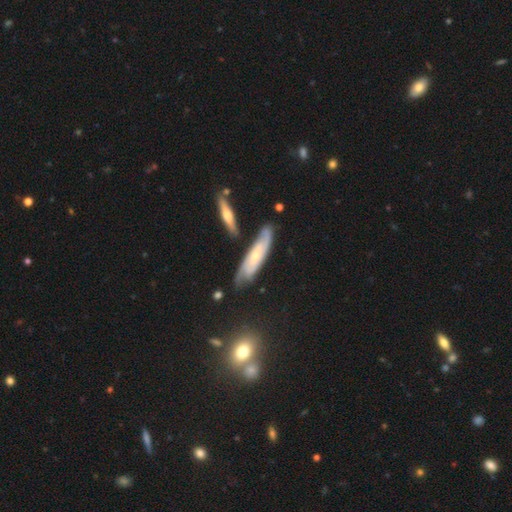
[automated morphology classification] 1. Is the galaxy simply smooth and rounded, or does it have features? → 68% featured or disk, 26% smooth, 6% star or artifact.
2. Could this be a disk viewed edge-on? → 72% no, 28% yes.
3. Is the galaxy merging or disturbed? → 69% none, 20% minor disturbance, 7% merger, 5% major disturbance.